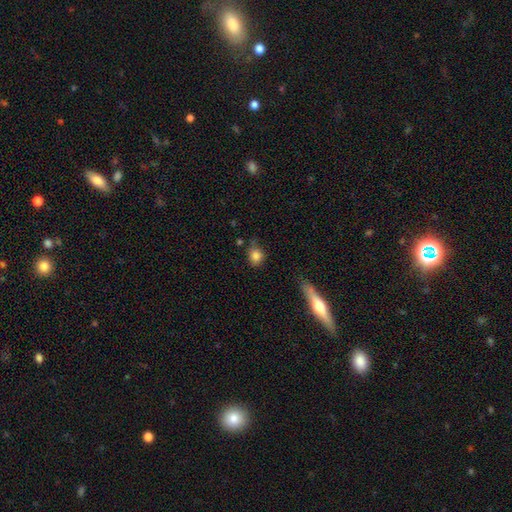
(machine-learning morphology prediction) Overall: smooth (83%). How rounded: round (74%). Merging: none (63%; minor disturbance 23%).